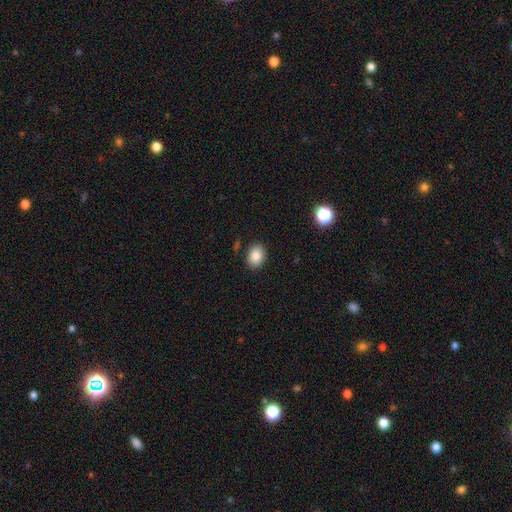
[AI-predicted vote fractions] This is clearly a smooth galaxy (85%). How rounded: likely in between (71%). Merging: clearly none (86%).